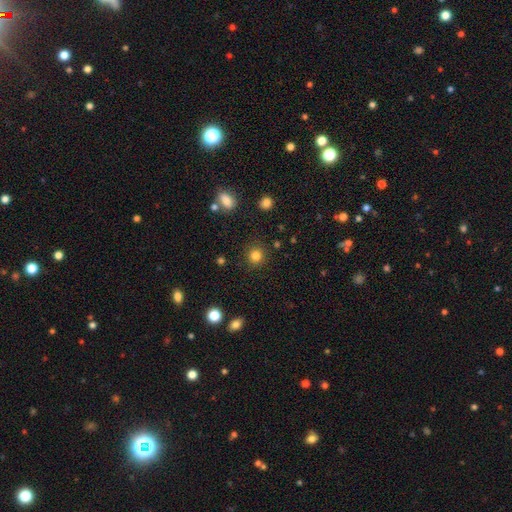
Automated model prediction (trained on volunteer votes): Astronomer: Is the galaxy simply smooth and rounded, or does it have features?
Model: smooth — 83%.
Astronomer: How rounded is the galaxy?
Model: round — 92%.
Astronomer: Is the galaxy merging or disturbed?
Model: none — 89%.